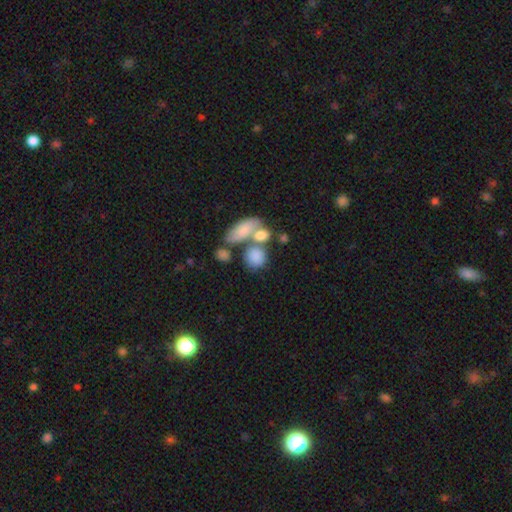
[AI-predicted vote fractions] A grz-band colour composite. It shows a smooth galaxy with no disk features (78%) that is round (52%). Merging: merger (46%).